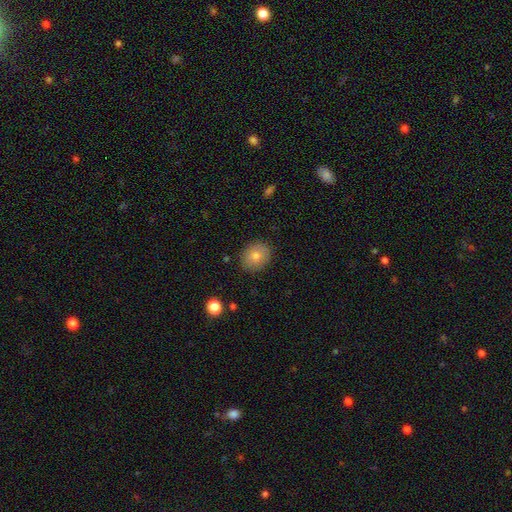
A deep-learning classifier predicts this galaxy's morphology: smooth-or-featured: smooth: 79% | featured or disk: 12% | star or artifact: 10%
  how-rounded: round: 66% | in between: 33% | cigar-shaped: 1%
  merging: none: 88% | minor disturbance: 9% | major disturbance: 2% | merger: 1%